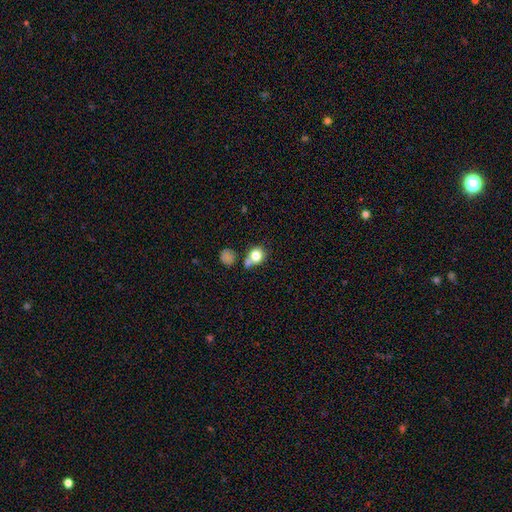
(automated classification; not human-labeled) Smooth or featured? Predicted: smooth (p=0.79). How rounded? Predicted: round (p=0.72). Merging? Predicted: none (p=0.45).